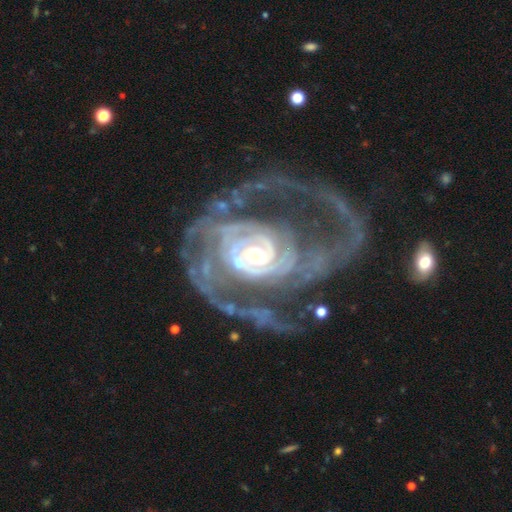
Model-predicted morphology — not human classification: This is clearly a featured or disk galaxy (91%). It is clearly not viewed edge-on (97%). Bar: possibly no (57%). Spiral arm pattern: clearly yes (96%). Spiral arm count: marginally 2 (33%). Spiral winding: possibly tight (54%). Central bulge: possibly moderate (46%). Merging: marginally none (41%).